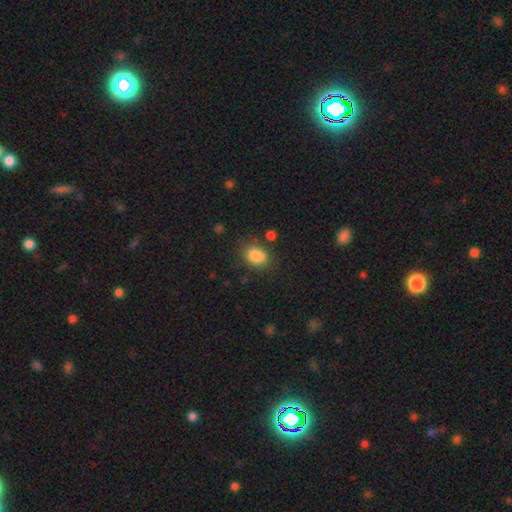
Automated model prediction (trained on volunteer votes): This is clearly a smooth galaxy (84%). How rounded: likely in between (67%). Merging: likely none (68%).